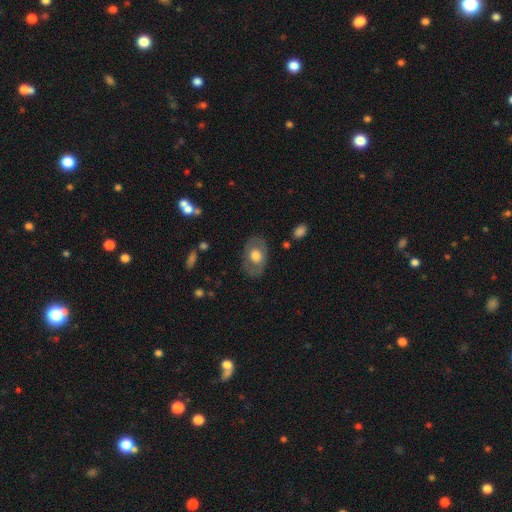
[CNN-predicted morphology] This appears to be a smooth galaxy with no disk features (55%) that is in between round and cigar-shaped (79%). Merging: none (80%).